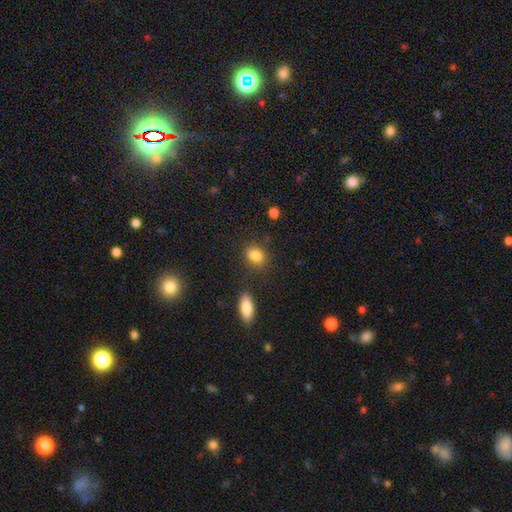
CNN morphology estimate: Smooth or featured? Predicted: smooth (p=0.85). How rounded? Predicted: in between (p=0.63). Merging? Predicted: none (p=0.72).